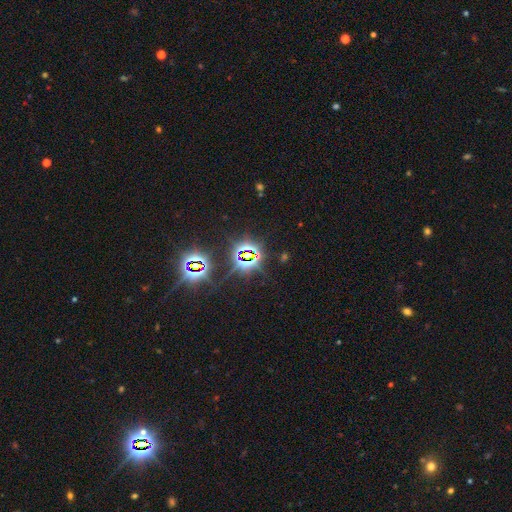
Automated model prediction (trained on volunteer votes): Morphology: type=star or artifact (83%).